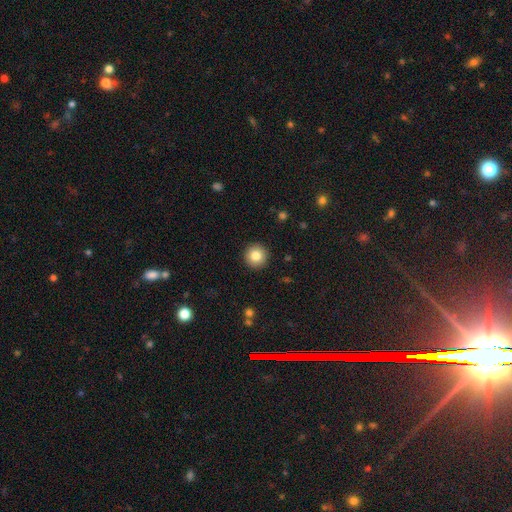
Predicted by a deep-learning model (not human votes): smooth-or-featured: smooth: 82% | star or artifact: 10% | featured or disk: 8%
  how-rounded: round: 96% | in between: 3% | cigar-shaped: 1%
  merging: none: 93% | minor disturbance: 5% | major disturbance: 2% | merger: 1%